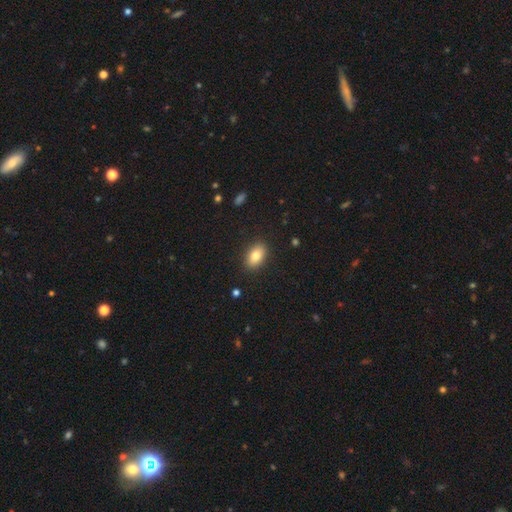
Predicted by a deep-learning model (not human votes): The model was most divided on "smooth or featured": smooth: 79%, featured or disk: 13%, star or artifact: 8%. More confident: how rounded — in between (89%); merging — none (88%).